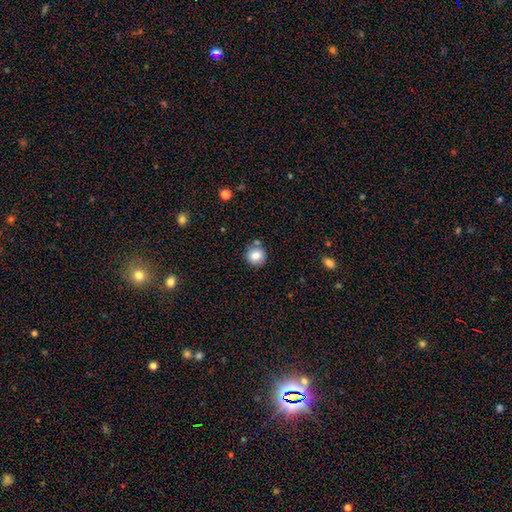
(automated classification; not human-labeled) Smooth or featured: smooth — 82% (star or artifact — 10%)
How rounded: round — 93% (in between — 6%)
Merging: none — 81% (minor disturbance — 10%)